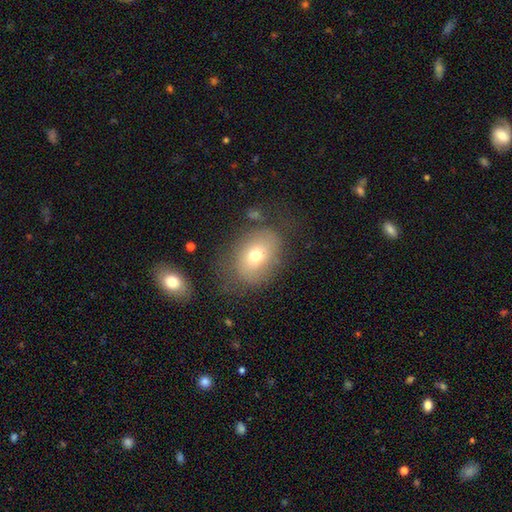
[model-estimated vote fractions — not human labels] The model was most divided on "how rounded": in between: 68%, round: 31%, cigar-shaped: 1%. More confident: smooth or featured — smooth (67%); merging — none (62%).